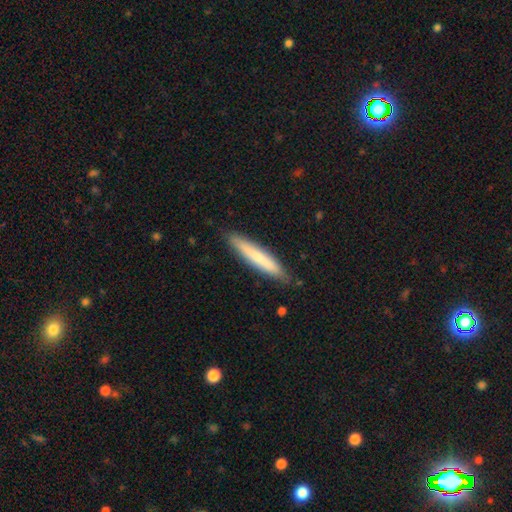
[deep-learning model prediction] Smooth or featured? smooth (71%)
How rounded? cigar-shaped (93%)
Merging? none (87%)